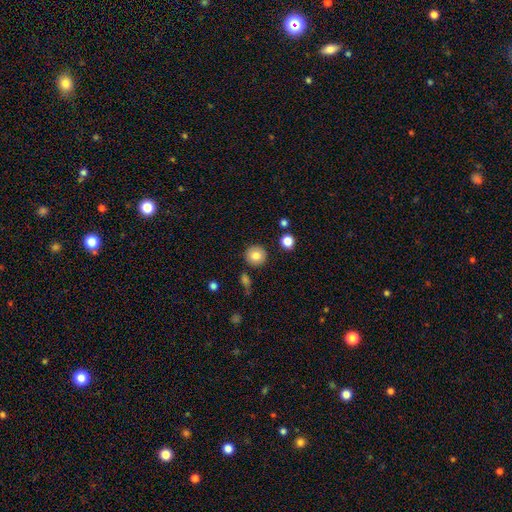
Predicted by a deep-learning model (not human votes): A smooth galaxy with no disk features (82%) that is round (94%). Merging: none (89%).